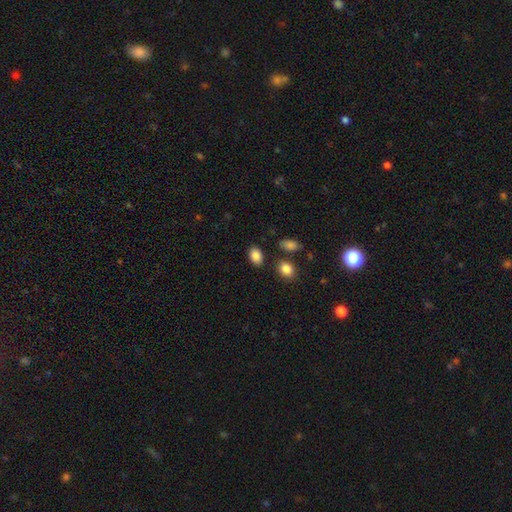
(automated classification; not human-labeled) A smooth galaxy with no disk features (87%) that is in between round and cigar-shaped (81%). Merging: none (82%).